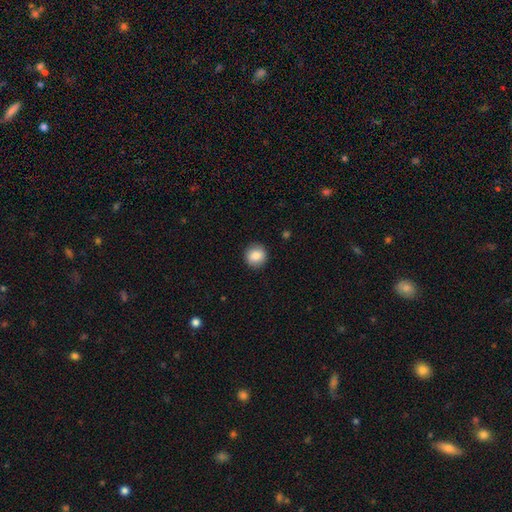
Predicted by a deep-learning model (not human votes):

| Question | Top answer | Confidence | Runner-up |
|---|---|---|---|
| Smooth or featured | smooth | 85% | star or artifact (8%) |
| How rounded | round | 92% | in between (7%) |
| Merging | none | 91% | minor disturbance (6%) |